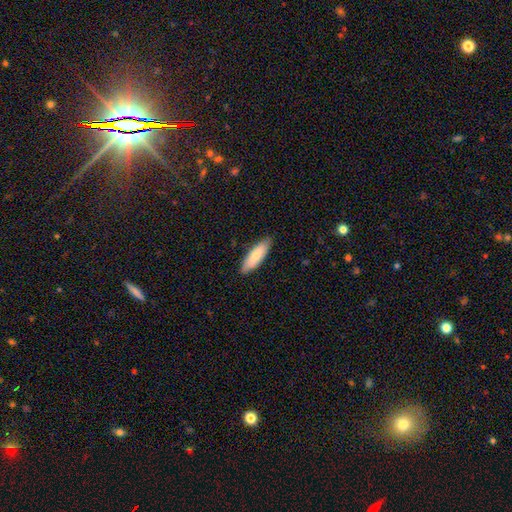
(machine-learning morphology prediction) type=smooth (79%); roundness=in between (50%); merging=none (86%).